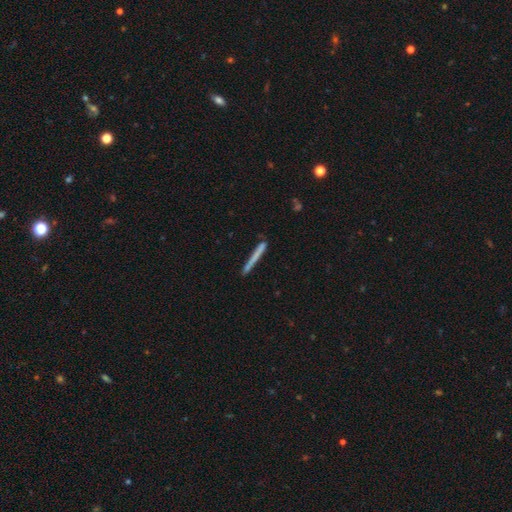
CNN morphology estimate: A smooth galaxy with no disk features (61%) that is cigar-shaped (97%).

Vote fractions:
- Smooth or featured? smooth: 61% / featured or disk: 33% / star or artifact: 7%
- How rounded? cigar-shaped: 97% / in between: 2% / round: 1%
- Merging? none: 86% / minor disturbance: 10% / merger: 2% / major disturbance: 2%